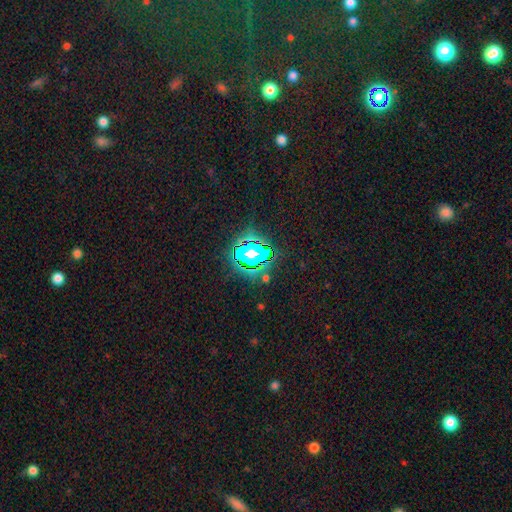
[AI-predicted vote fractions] Smooth or featured?
  - star or artifact: 80% *
  - smooth: 13%
  - featured or disk: 7%